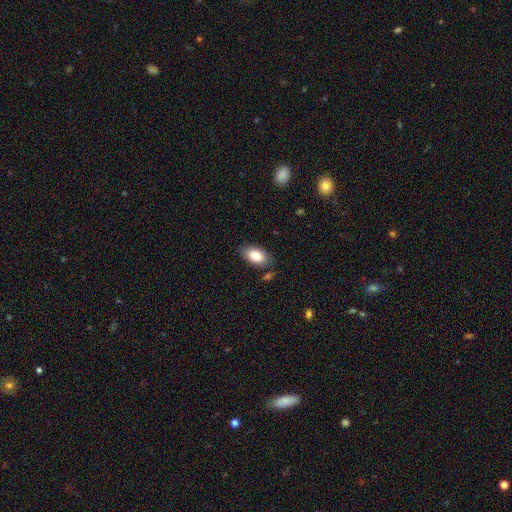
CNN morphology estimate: Smooth or featured? Predicted: smooth (p=0.83). How rounded? Predicted: in between (p=0.93). Merging? Predicted: none (p=0.80).